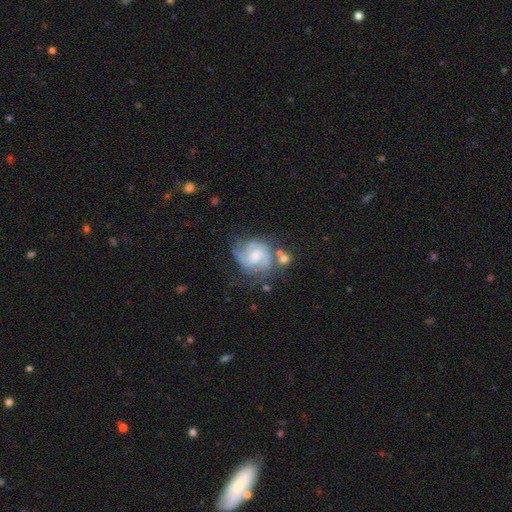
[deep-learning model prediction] Smooth or featured? featured or disk (79%)
Edge-on disk? no (98%)
Bar? no (54%)
Spiral arms? yes (94%)
Spiral winding? tight (46%)
Spiral arm count? 2 (33%)
Bulge size? moderate (45%)
Merging? none (55%)